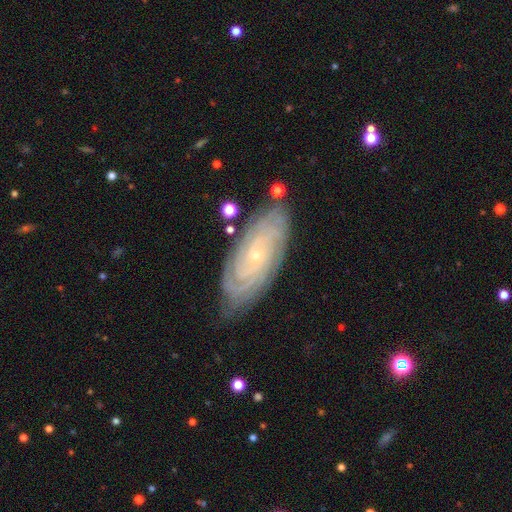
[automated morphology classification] Smooth or featured: featured or disk — 86% (smooth — 7%)
Edge-on disk: no — 94% (yes — 6%)
Bar: no — 74% (weak — 20%)
Spiral arms: yes — 97% (no — 3%)
Spiral winding: tight — 84% (medium — 14%)
Spiral arm count: can't tell — 27% (4 — 25%)
Bulge size: small — 81% (moderate — 16%)
Merging: none — 80% (minor disturbance — 15%)